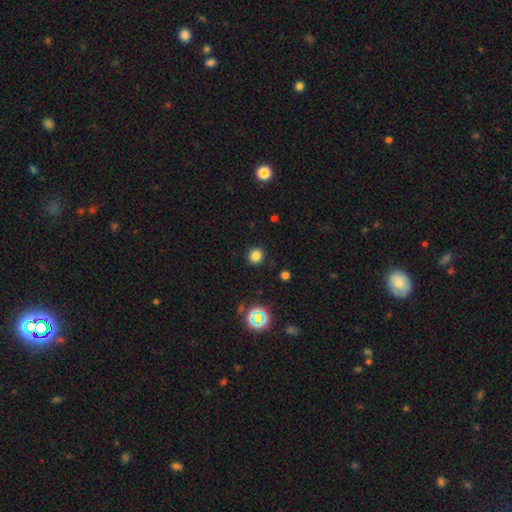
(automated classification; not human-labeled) A smooth galaxy with no disk features (80%) that is round (90%). Merging: none (90%).